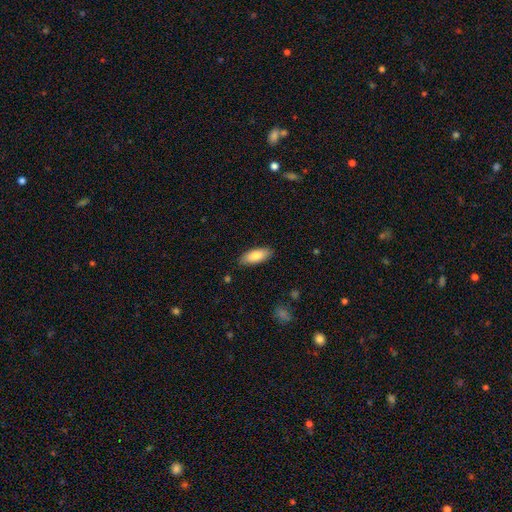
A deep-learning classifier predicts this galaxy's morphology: Smooth or featured? smooth (82%)
How rounded? in between (78%)
Merging? none (87%)